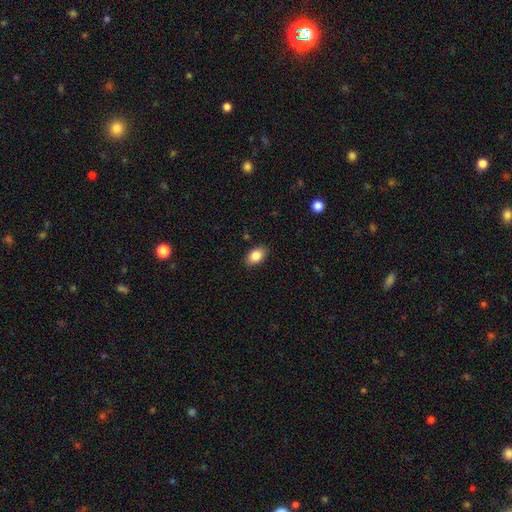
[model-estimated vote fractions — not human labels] A smooth galaxy with no disk features (86%) that is in between round and cigar-shaped (87%).

Vote fractions:
- Smooth or featured? smooth: 86% / star or artifact: 8% / featured or disk: 6%
- How rounded? in between: 87% / round: 12% / cigar-shaped: 2%
- Merging? none: 87% / minor disturbance: 10% / major disturbance: 2% / merger: 1%